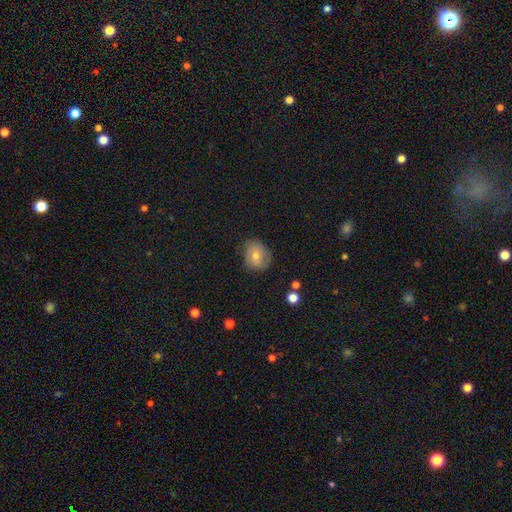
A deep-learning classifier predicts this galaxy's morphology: type=smooth (56%); roundness=round (68%); merging=none (77%).